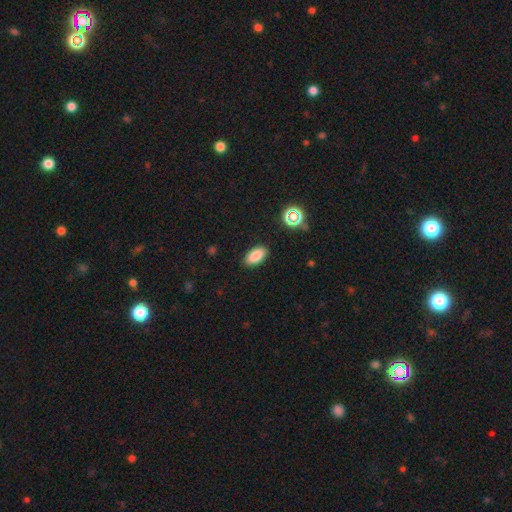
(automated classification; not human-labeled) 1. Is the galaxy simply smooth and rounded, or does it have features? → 85% smooth, 10% star or artifact, 6% featured or disk.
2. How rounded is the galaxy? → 90% in between, 7% cigar-shaped, 3% round.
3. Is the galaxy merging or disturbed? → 88% none, 8% minor disturbance, 2% major disturbance, 1% merger.